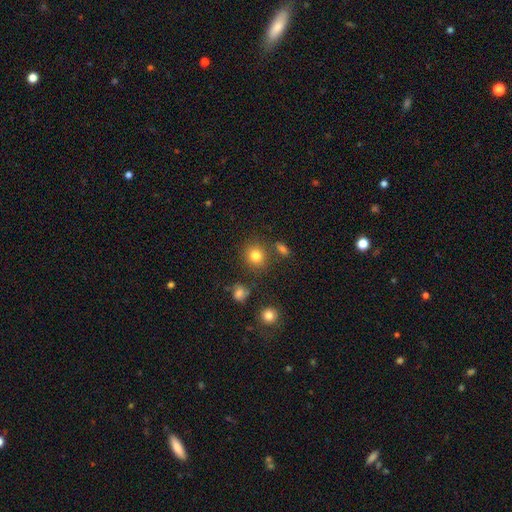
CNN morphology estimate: A smooth galaxy with no disk features (81%) that is round (84%).

Vote fractions:
- Smooth or featured? smooth: 81% / star or artifact: 12% / featured or disk: 7%
- How rounded? round: 84% / in between: 15% / cigar-shaped: 1%
- Merging? none: 80% / minor disturbance: 10% / merger: 6% / major disturbance: 4%